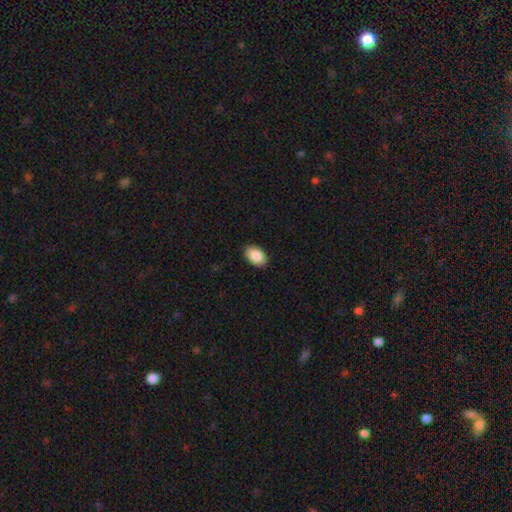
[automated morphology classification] This is clearly a smooth galaxy (89%). How rounded: clearly in between (90%). Merging: clearly none (89%).